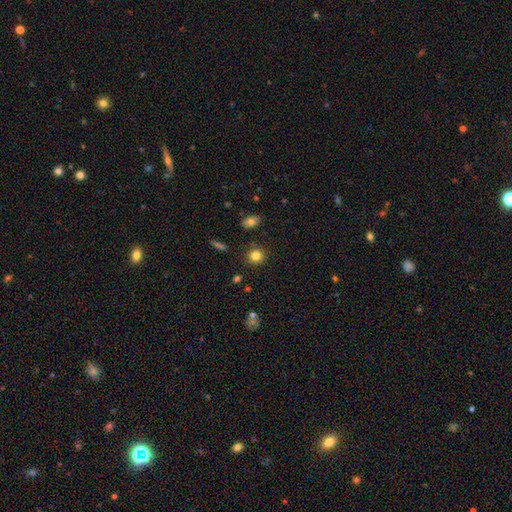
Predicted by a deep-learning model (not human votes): Overall: smooth (82%). How rounded: round (87%). Merging: none (88%).